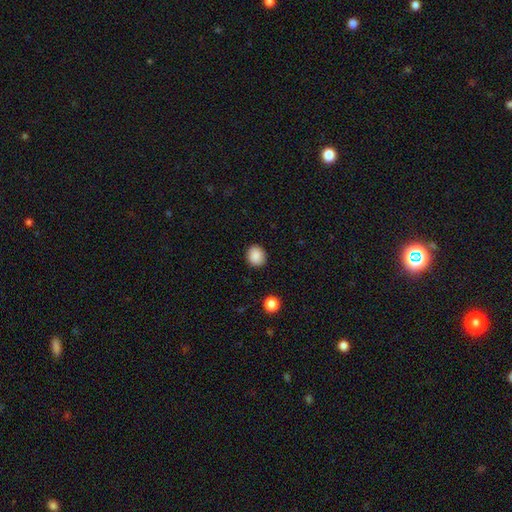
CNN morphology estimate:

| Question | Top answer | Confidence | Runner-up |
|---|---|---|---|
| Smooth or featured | smooth | 88% | star or artifact (9%) |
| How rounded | round | 77% | in between (22%) |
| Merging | none | 89% | minor disturbance (7%) |